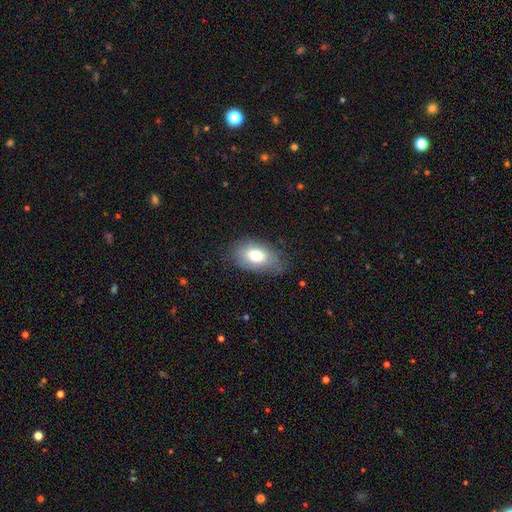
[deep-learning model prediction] This appears to be a smooth galaxy with no disk features (76%) that is in between round and cigar-shaped (91%). Merging: none (66%).